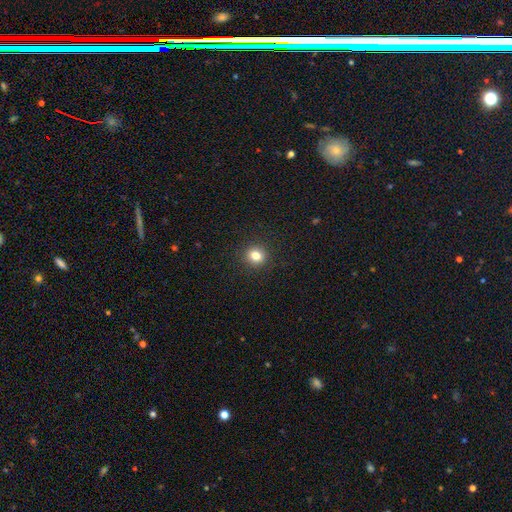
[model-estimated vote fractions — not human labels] This appears to be a smooth galaxy with no disk features (81%) that is round (88%). Merging: none (92%).